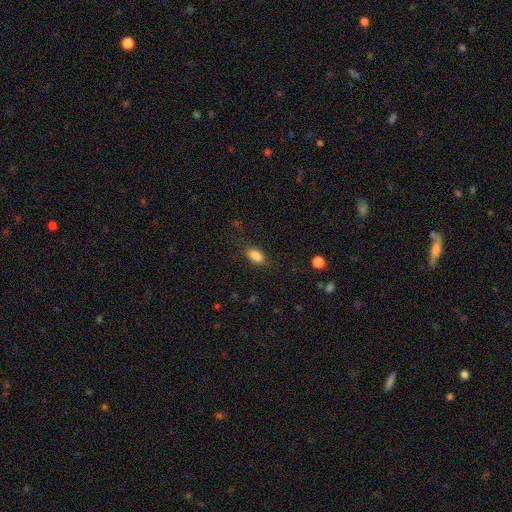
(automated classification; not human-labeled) Smooth or featured?
  - smooth: 87% *
  - star or artifact: 9%
  - featured or disk: 4%
How rounded?
  - in between: 89% *
  - round: 6%
  - cigar-shaped: 5%
Merging?
  - none: 81% *
  - minor disturbance: 13%
  - major disturbance: 4%
  - merger: 1%